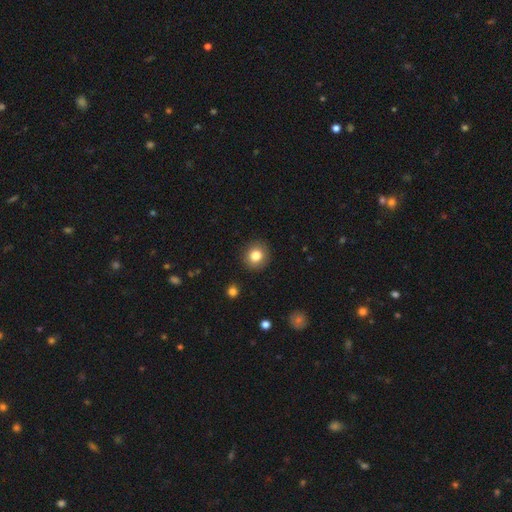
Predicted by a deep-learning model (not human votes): smooth-or-featured: smooth: 82% | star or artifact: 11% | featured or disk: 7%
  how-rounded: round: 88% | in between: 11% | cigar-shaped: 1%
  merging: none: 91% | minor disturbance: 6% | major disturbance: 2% | merger: 1%